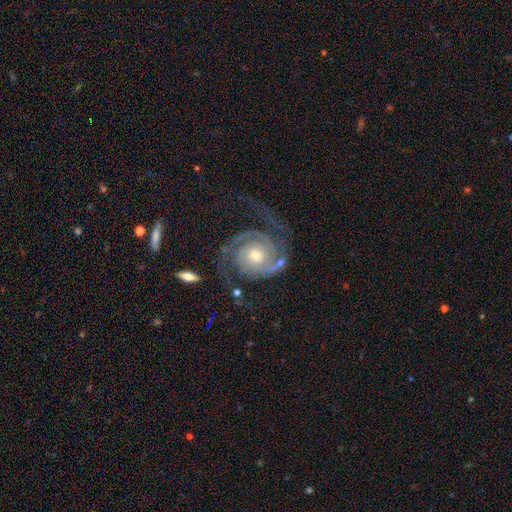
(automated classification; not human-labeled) Smooth or featured? Predicted: featured or disk (p=0.91). Edge-on disk? Predicted: no (p=0.98). Bar? Predicted: no (p=0.74). Spiral arms? Predicted: yes (p=0.98). Spiral winding? Predicted: tight (p=0.56). Spiral arm count? Predicted: 2 (p=0.81). Bulge size? Predicted: small (p=0.51). Merging? Predicted: none (p=0.66).